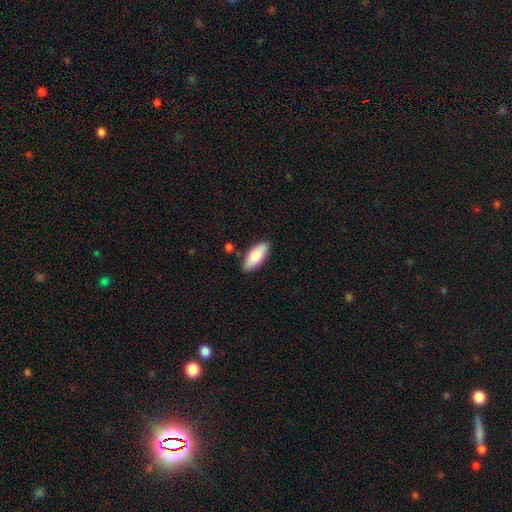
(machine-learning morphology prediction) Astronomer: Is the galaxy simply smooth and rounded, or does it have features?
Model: smooth — 85%.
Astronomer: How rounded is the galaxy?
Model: in between — 84%.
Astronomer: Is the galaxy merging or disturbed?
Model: none — 85%.